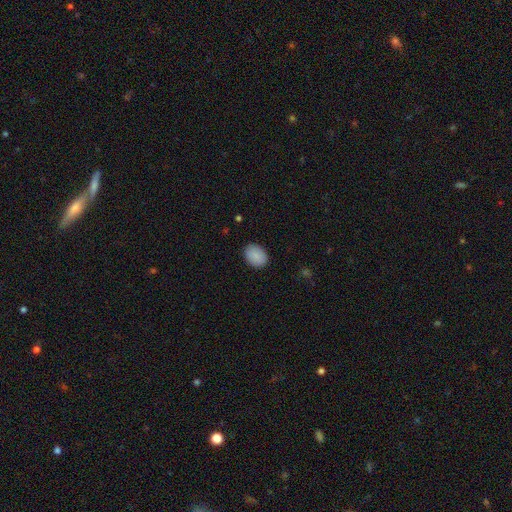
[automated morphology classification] Smooth or featured: smooth — 89% (star or artifact — 7%)
How rounded: in between — 69% (round — 30%)
Merging: none — 88% (minor disturbance — 9%)